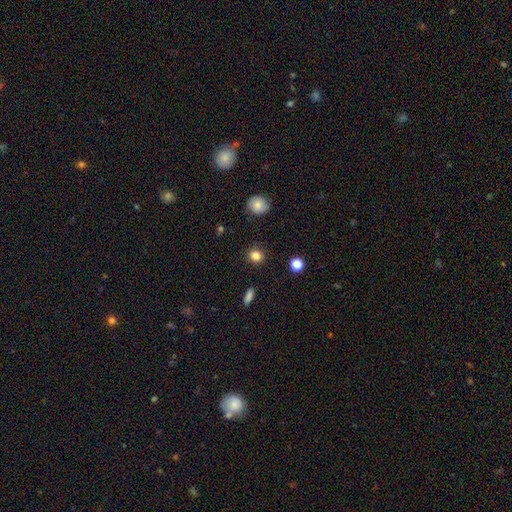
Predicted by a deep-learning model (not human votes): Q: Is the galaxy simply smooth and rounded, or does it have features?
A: smooth — 84%.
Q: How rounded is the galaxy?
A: round — 86%.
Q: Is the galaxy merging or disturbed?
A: none — 90%.